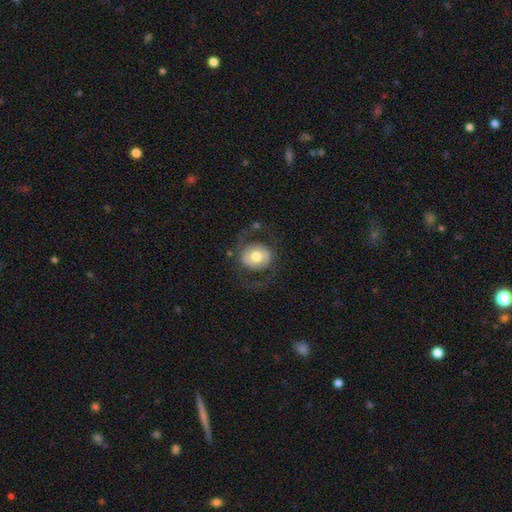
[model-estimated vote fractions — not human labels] smooth_or_featured: featured or disk (p=0.53) [alt: smooth p=0.40]
disk_edge_on: no (p=0.96) [alt: yes p=0.04]
bar: no (p=0.63) [alt: weak p=0.26]
has_spiral_arms: yes (p=0.58) [alt: no p=0.42]
bulge_size: moderate (p=0.68) [alt: large p=0.20]
merging: none (p=0.68) [alt: major disturbance p=0.17]